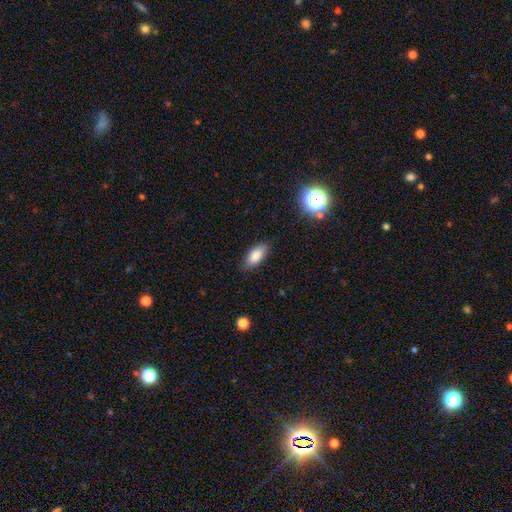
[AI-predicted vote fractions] Smooth or featured?
  - smooth: 85% *
  - star or artifact: 8%
  - featured or disk: 7%
How rounded?
  - in between: 88% *
  - cigar-shaped: 9%
  - round: 3%
Merging?
  - none: 83% *
  - minor disturbance: 13%
  - major disturbance: 3%
  - merger: 1%